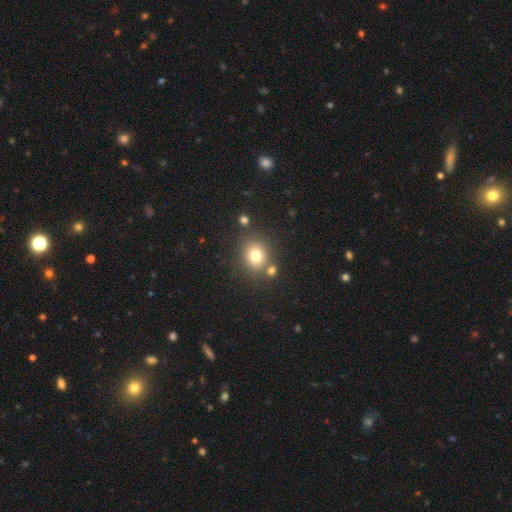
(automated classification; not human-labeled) Smooth or featured? Predicted: smooth (p=0.77). How rounded? Predicted: round (p=0.71). Merging? Predicted: none (p=0.74).